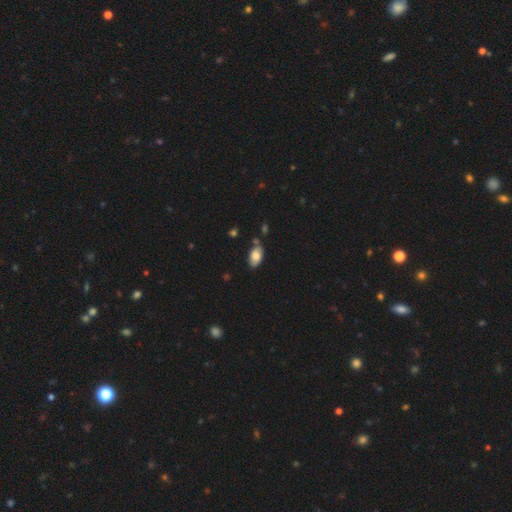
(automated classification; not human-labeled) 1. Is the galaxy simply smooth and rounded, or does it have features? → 76% smooth, 17% featured or disk, 7% star or artifact.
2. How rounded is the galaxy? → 94% in between, 4% round, 2% cigar-shaped.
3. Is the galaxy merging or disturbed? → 70% none, 18% minor disturbance, 8% merger, 4% major disturbance.